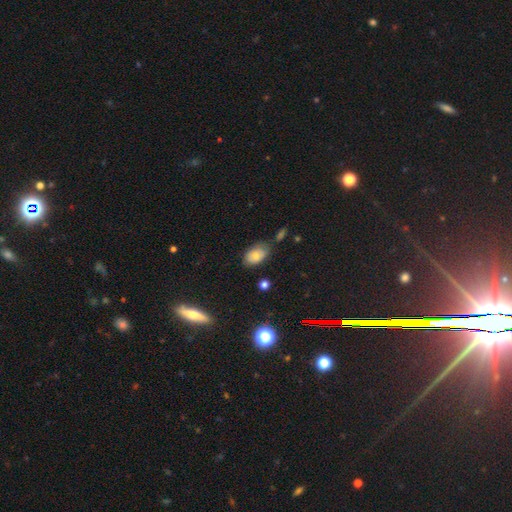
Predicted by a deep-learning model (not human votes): Smooth or featured? Predicted: smooth (p=0.76). How rounded? Predicted: in between (p=0.90). Merging? Predicted: none (p=0.66).